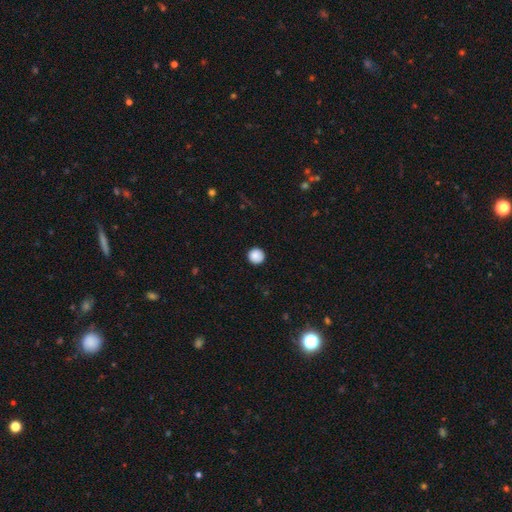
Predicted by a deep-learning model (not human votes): A smooth galaxy with no disk features (88%) that is round (95%).

Vote fractions:
- Smooth or featured? smooth: 88% / star or artifact: 9% / featured or disk: 3%
- How rounded? round: 95% / in between: 4% / cigar-shaped: 1%
- Merging? none: 92% / minor disturbance: 5% / major disturbance: 2% / merger: 1%